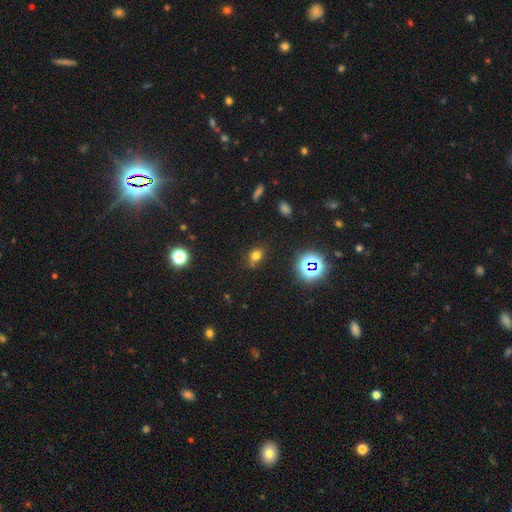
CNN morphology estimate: smooth_or_featured: smooth (p=0.68) [alt: star or artifact p=0.24]
how_rounded: round (p=0.50) [alt: in between p=0.48]
merging: none (p=0.76) [alt: minor disturbance p=0.16]